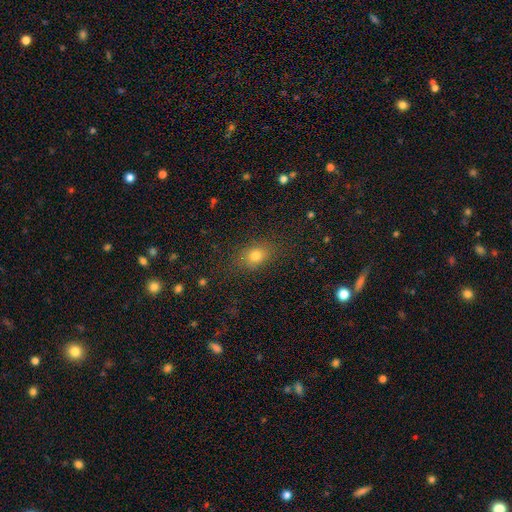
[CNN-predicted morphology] The model was most divided on "how rounded": in between: 63%, round: 34%, cigar-shaped: 3%. More confident: merging — none (81%); smooth or featured — smooth (77%).